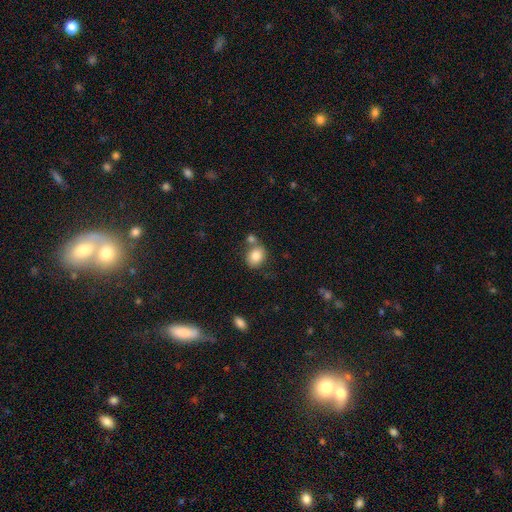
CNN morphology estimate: Smooth or featured? smooth (83%)
How rounded? round (50%)
Merging? none (56%)